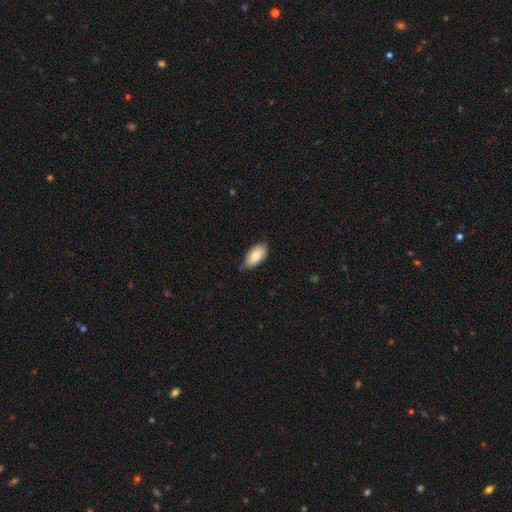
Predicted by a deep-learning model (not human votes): Morphology: type=smooth (82%); roundness=in between (93%); merging=none (72%).